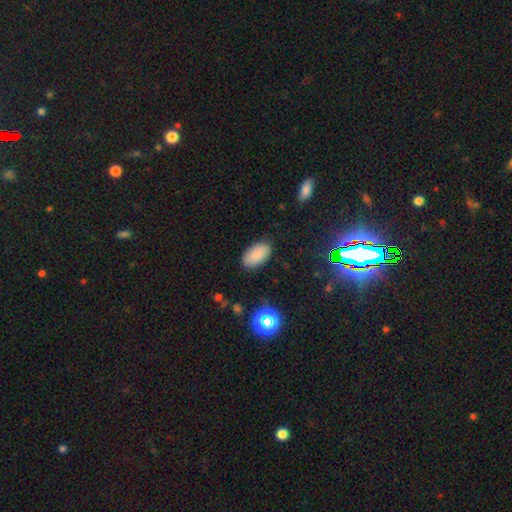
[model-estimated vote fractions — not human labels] smooth_or_featured: smooth (p=0.86) [alt: star or artifact p=0.09]
how_rounded: in between (p=0.95) [alt: round p=0.04]
merging: none (p=0.85) [alt: minor disturbance p=0.11]